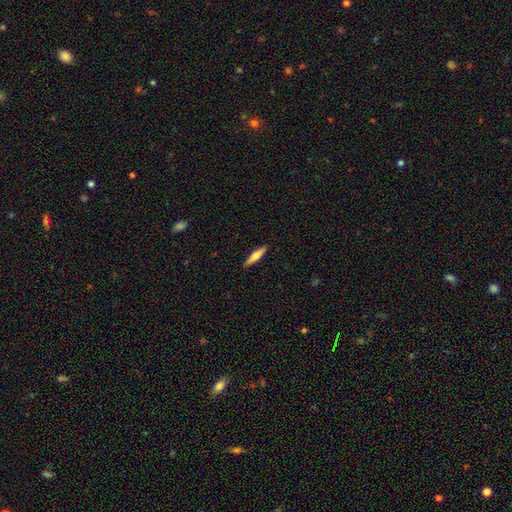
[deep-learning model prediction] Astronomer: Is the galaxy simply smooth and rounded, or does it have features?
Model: smooth — 54% (runner-up: featured or disk, 40%).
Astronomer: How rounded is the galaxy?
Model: cigar-shaped — 83%.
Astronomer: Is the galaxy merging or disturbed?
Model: none — 90%.